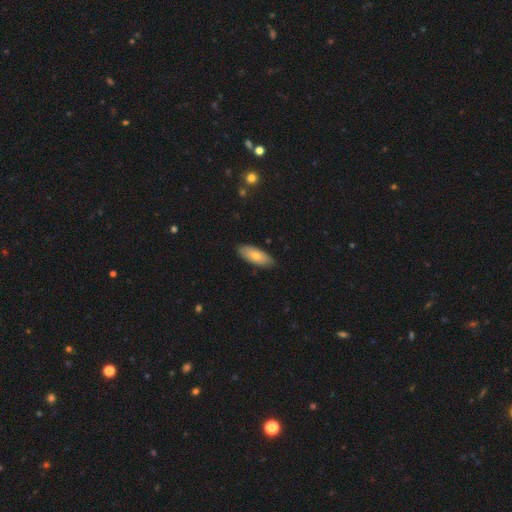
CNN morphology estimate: Smooth or featured? smooth (71%)
How rounded? in between (81%)
Merging? none (84%)